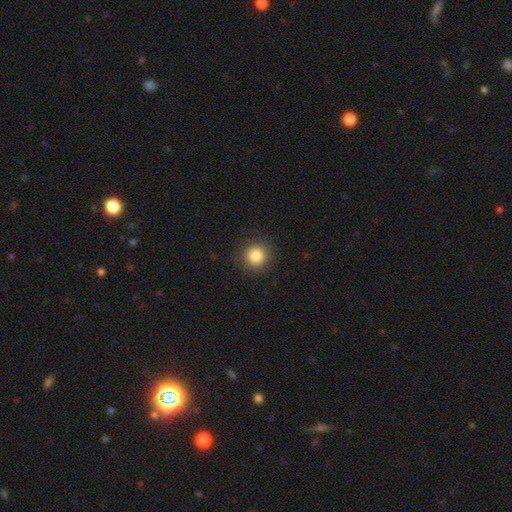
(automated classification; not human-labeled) This is clearly a smooth galaxy (85%). How rounded: clearly round (94%). Merging: clearly none (90%).